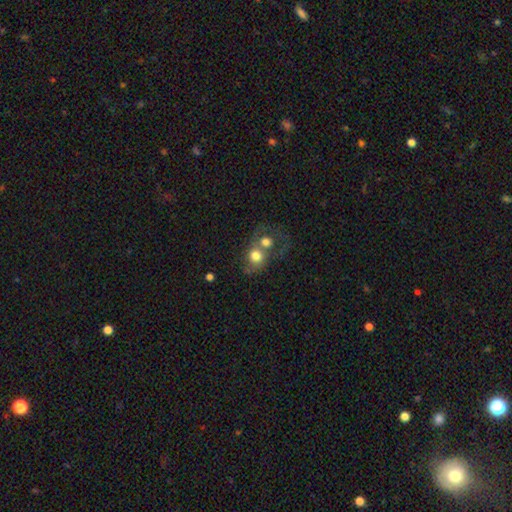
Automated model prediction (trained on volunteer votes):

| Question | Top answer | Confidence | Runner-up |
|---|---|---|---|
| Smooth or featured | smooth | 69% | featured or disk (22%) |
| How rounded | round | 69% | in between (29%) |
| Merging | merger | 64% | none (22%) |